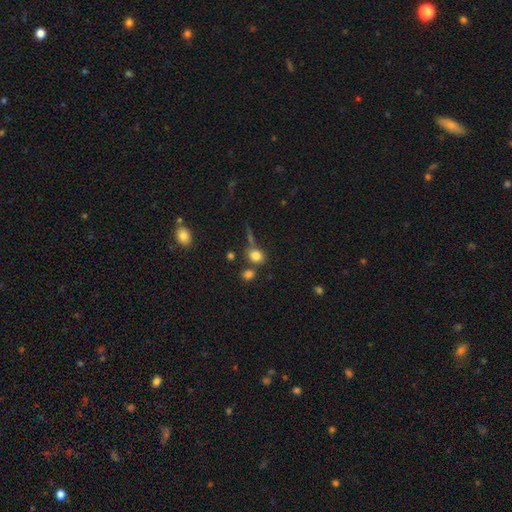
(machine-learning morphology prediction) smooth-or-featured: smooth: 80% | star or artifact: 12% | featured or disk: 8%
  how-rounded: round: 57% | in between: 41% | cigar-shaped: 2%
  merging: none: 59% | merger: 22% | minor disturbance: 13% | major disturbance: 7%